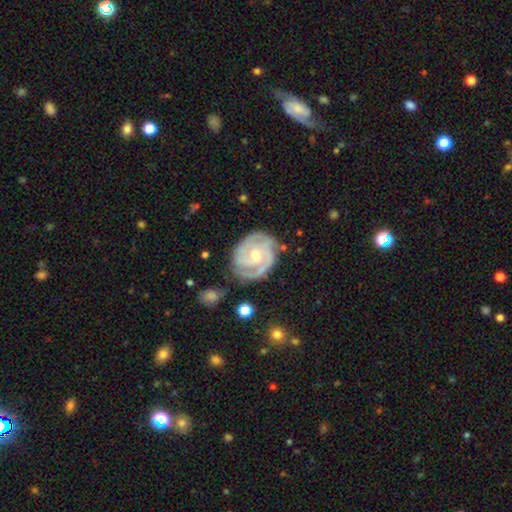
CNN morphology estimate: Smooth or featured?
  - featured or disk: 89% *
  - smooth: 6%
  - star or artifact: 4%
Edge-on disk?
  - no: 98% *
  - yes: 2%
Bar?
  - no: 61% *
  - weak: 30%
  - strong: 9%
Spiral arms?
  - yes: 97% *
  - no: 3%
Spiral winding?
  - tight: 69% *
  - medium: 26%
  - loose: 5%
Spiral arm count?
  - 2: 48% *
  - 3: 28%
  - can't tell: 12%
  - 1: 4%
  - 4: 4%
  - more than 4: 3%
Bulge size?
  - moderate: 55% *
  - small: 42%
  - large: 1%
  - none: 1%
  - dominant: 1%
Merging?
  - none: 73% *
  - minor disturbance: 19%
  - major disturbance: 6%
  - merger: 2%